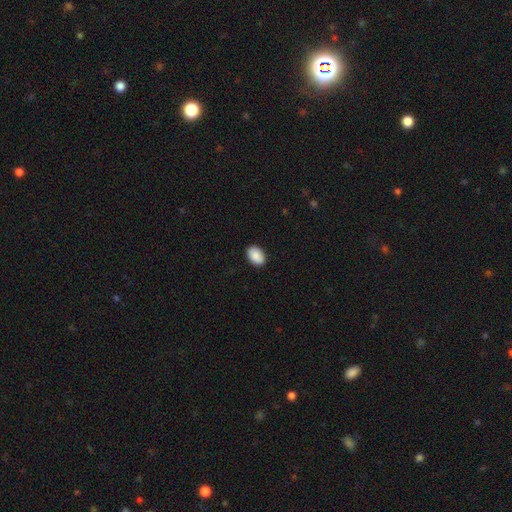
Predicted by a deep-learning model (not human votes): Q: Smooth or featured?
A: smooth (90%); runner-up: star or artifact (7%)
Q: How rounded?
A: in between (86%); runner-up: round (12%)
Q: Merging?
A: none (90%); runner-up: minor disturbance (7%)